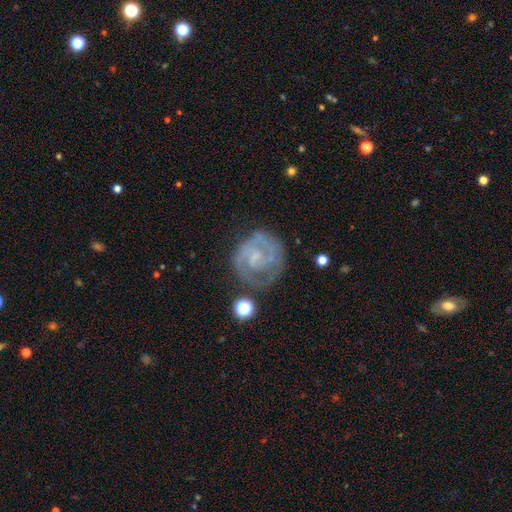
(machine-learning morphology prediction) type=featured or disk (81%); edge-on=no (98%); bar=no (52%); spiral arms=yes (91%); winding=tight (55%); arm count=2 (57%); bulge=small (52%); merging=none (66%).